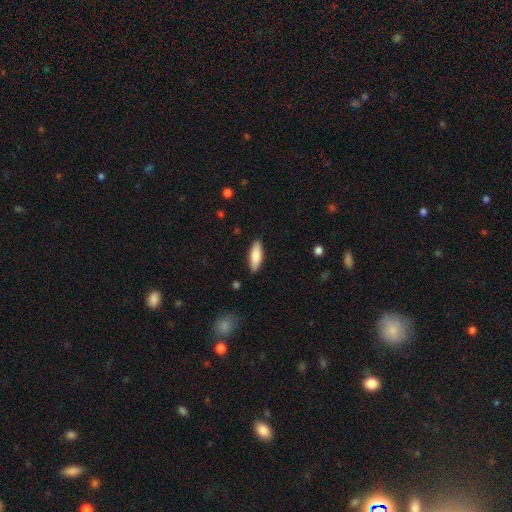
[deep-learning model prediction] Morphology: type=smooth (81%); roundness=in between (60%); merging=none (88%).